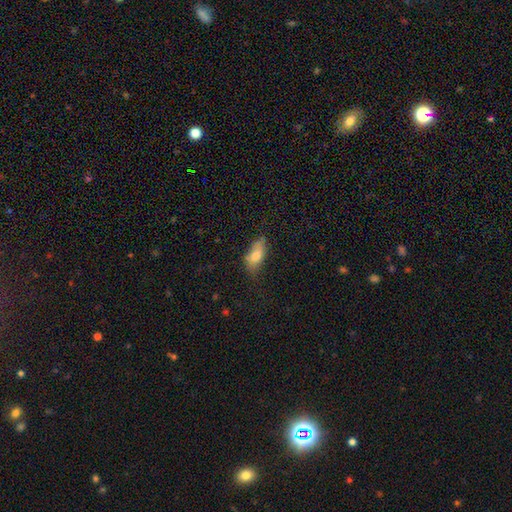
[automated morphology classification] Smooth or featured? smooth (75%)
How rounded? in between (87%)
Merging? none (58%)